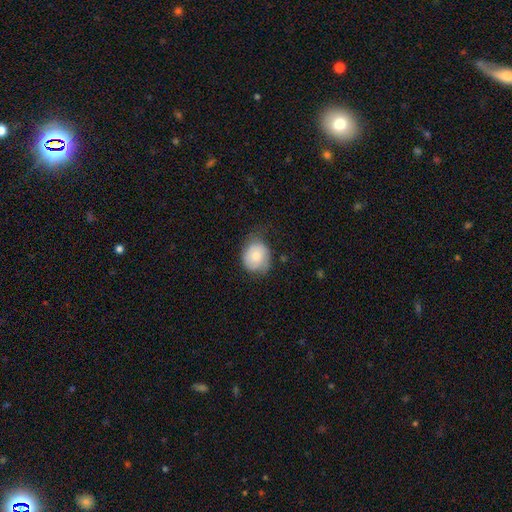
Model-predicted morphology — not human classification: A smooth galaxy with no disk features (73%) that is round (65%).

Vote fractions:
- Smooth or featured? smooth: 73% / featured or disk: 21% / star or artifact: 7%
- How rounded? round: 65% / in between: 34% / cigar-shaped: 1%
- Merging? none: 52% / minor disturbance: 35% / major disturbance: 12% / merger: 1%